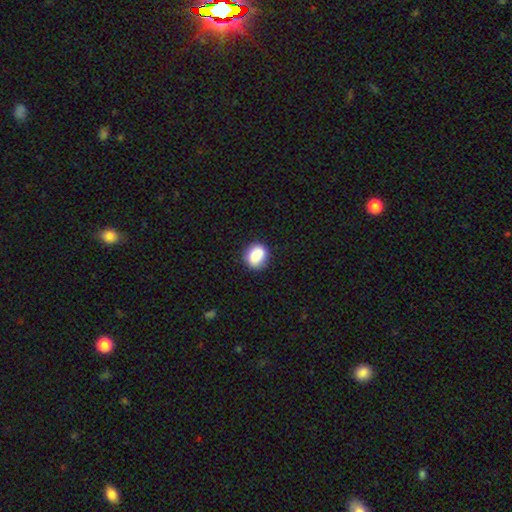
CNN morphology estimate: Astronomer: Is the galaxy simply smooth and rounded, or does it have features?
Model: smooth — 86%.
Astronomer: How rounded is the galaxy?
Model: round — 62%.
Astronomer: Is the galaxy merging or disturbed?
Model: none — 82%.